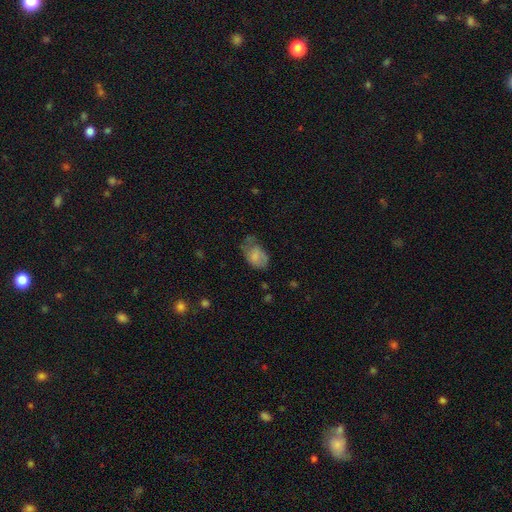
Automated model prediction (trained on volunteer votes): Smooth or featured? Predicted: smooth (p=0.69). How rounded? Predicted: in between (p=0.85). Merging? Predicted: minor disturbance (p=0.36, tied with none).